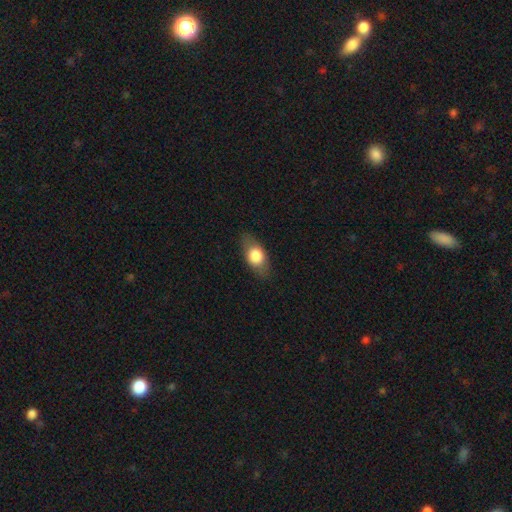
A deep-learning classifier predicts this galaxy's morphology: Smooth or featured: smooth — 73% (featured or disk — 20%)
How rounded: in between — 81% (round — 14%)
Merging: none — 82% (minor disturbance — 13%)